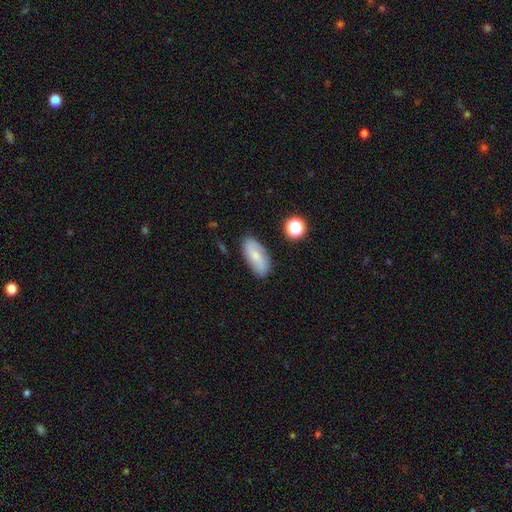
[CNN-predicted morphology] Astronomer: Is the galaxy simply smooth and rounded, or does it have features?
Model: smooth — 60%.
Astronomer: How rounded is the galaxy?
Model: in between — 86%.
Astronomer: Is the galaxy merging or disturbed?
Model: none — 82%.